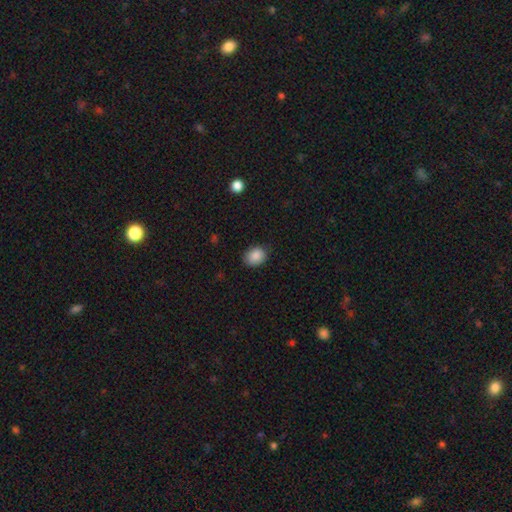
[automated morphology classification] smooth_or_featured: smooth (p=0.88) [alt: star or artifact p=0.08]
how_rounded: in between (p=0.57) [alt: round p=0.42]
merging: none (p=0.81) [alt: minor disturbance p=0.15]